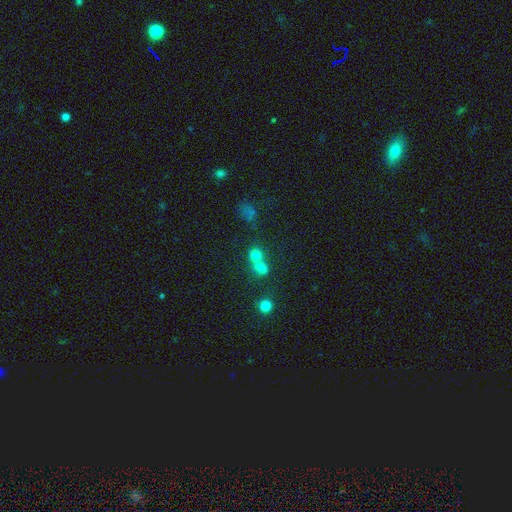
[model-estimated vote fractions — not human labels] The model was most divided on "merging": merger: 55%, none: 35%, minor disturbance: 6%, major disturbance: 3%. More confident: how rounded — round (74%); smooth or featured — smooth (72%).